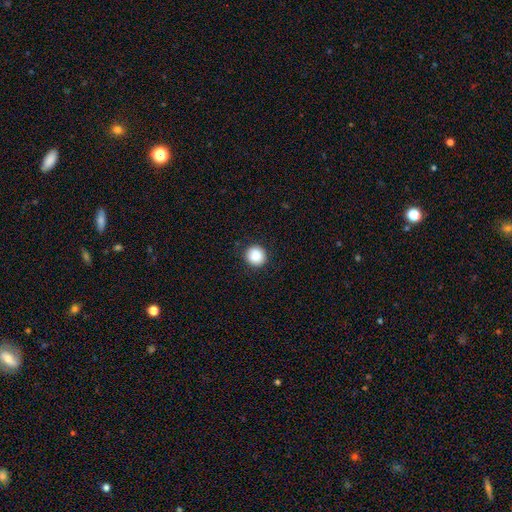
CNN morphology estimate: Smooth or featured? Predicted: smooth (p=0.89). How rounded? Predicted: round (p=0.92). Merging? Predicted: none (p=0.91).